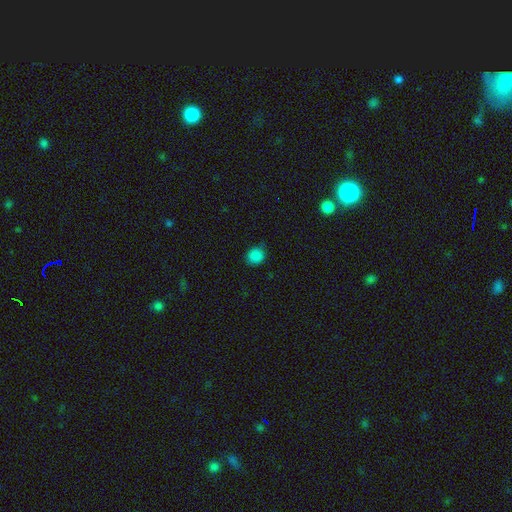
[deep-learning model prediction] Smooth or featured? smooth (85%)
How rounded? round (75%)
Merging? none (78%)